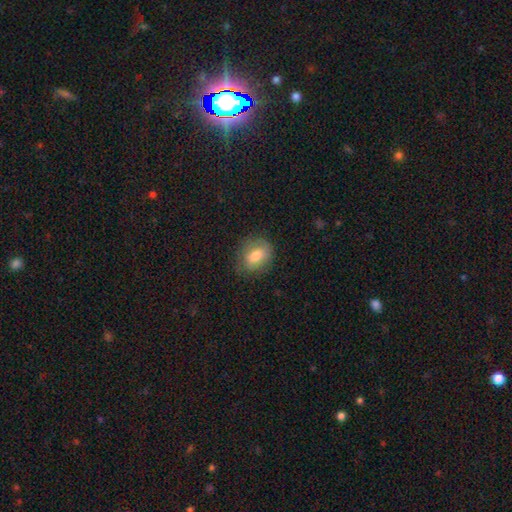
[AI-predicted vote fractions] The model was most divided on "how rounded": in between: 61%, round: 38%, cigar-shaped: 2%. More confident: merging — none (74%); smooth or featured — smooth (72%).